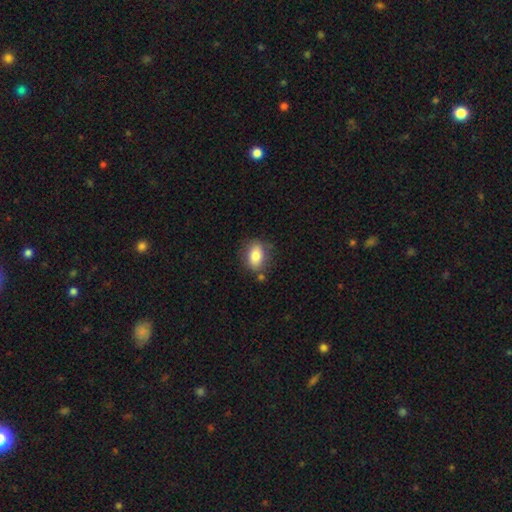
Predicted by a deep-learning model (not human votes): A smooth galaxy with no disk features (81%) that is in between round and cigar-shaped (77%). Merging: none (75%).